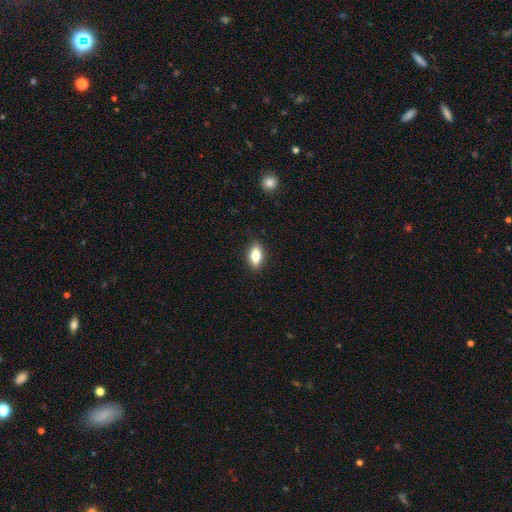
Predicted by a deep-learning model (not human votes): Smooth or featured? Predicted: smooth (p=0.76). How rounded? Predicted: in between (p=0.83). Merging? Predicted: none (p=0.88).